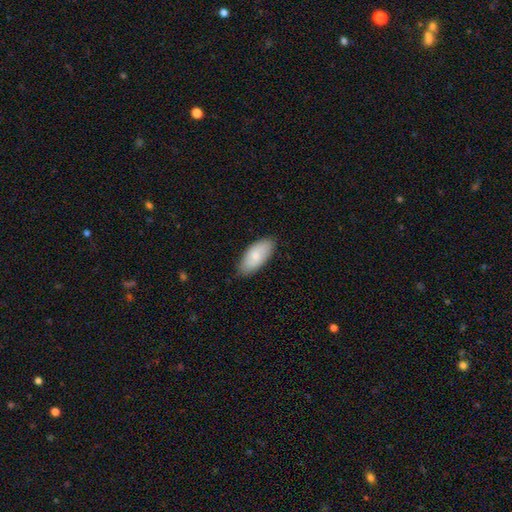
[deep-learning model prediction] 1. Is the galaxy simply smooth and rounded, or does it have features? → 77% smooth, 18% featured or disk, 5% star or artifact.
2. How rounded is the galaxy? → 91% in between, 7% cigar-shaped, 2% round.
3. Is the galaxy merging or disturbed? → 81% none, 15% minor disturbance, 2% major disturbance, 1% merger.